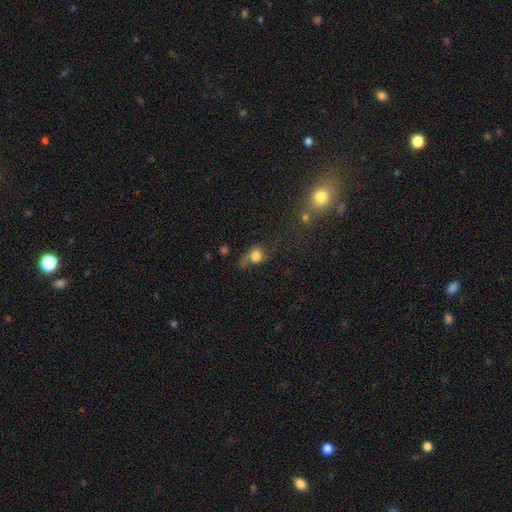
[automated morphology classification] smooth-or-featured: smooth: 75% | featured or disk: 13% | star or artifact: 12%
  how-rounded: round: 63% | in between: 35% | cigar-shaped: 2%
  merging: none: 35% | major disturbance: 31% | minor disturbance: 28% | merger: 7%